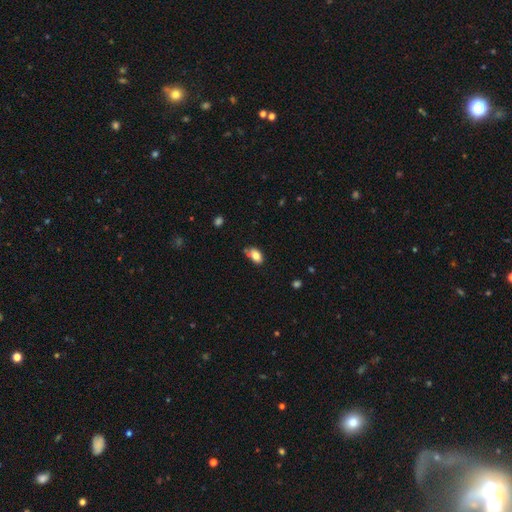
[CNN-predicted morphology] type=smooth (81%); roundness=in between (91%); merging=none (59%).